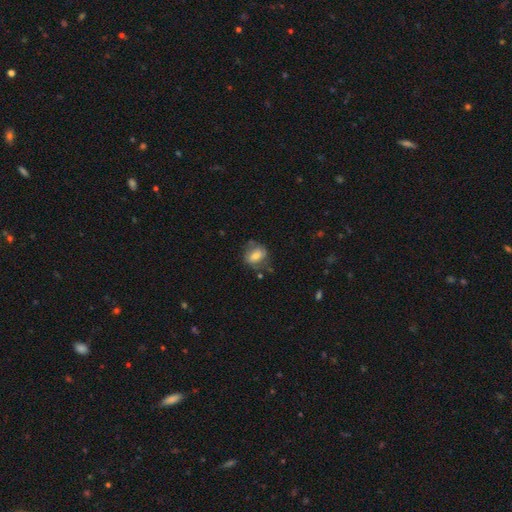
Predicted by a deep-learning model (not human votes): Morphology: type=smooth (64%); roundness=in between (65%); merging=none (59%).